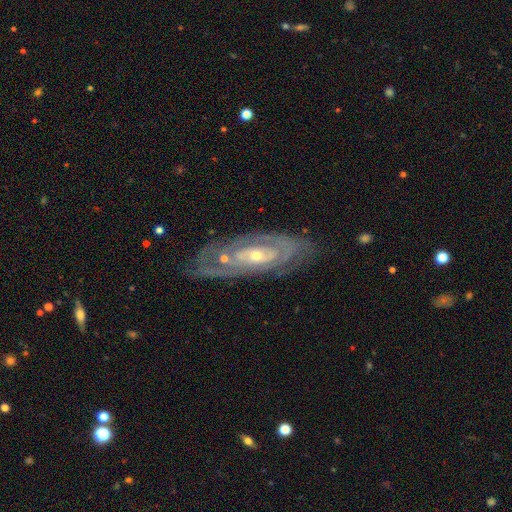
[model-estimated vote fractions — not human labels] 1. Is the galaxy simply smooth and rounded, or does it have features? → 85% featured or disk, 10% smooth, 6% star or artifact.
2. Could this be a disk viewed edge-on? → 89% no, 11% yes.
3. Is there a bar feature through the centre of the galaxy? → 62% no, 27% weak, 11% strong.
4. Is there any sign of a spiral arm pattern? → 84% yes, 16% no.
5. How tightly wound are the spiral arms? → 69% tight, 24% medium, 7% loose.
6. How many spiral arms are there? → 41% can't tell, 38% 2, 8% 3, 5% 1, 4% 4, 3% more than 4.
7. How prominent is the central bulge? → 61% small, 35% moderate, 2% large, 1% none, 1% dominant.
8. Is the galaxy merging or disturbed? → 75% none, 16% minor disturbance, 6% major disturbance, 3% merger.